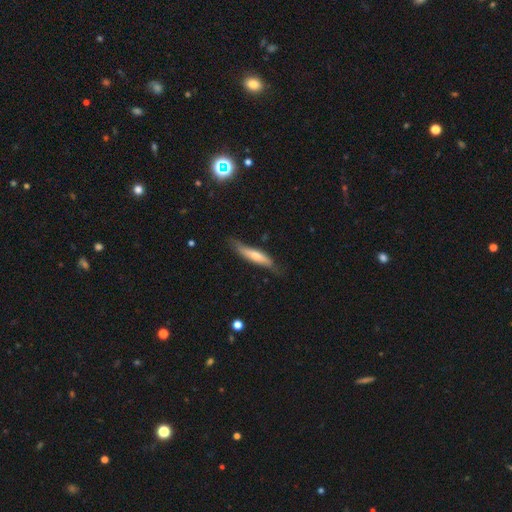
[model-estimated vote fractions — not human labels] Morphology: type=smooth (53%); roundness=cigar-shaped (79%); merging=none (63%).